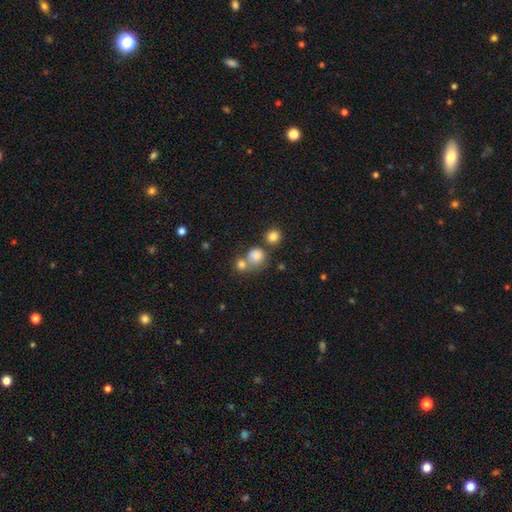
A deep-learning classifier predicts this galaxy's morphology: A smooth galaxy with no disk features (77%) that is round (86%). Merging: none (55%).